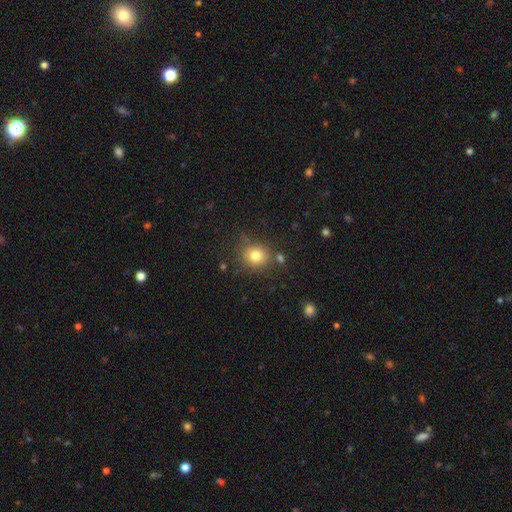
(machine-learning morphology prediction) This is likely a smooth galaxy (78%). How rounded: clearly round (85%). Merging: likely none (77%).